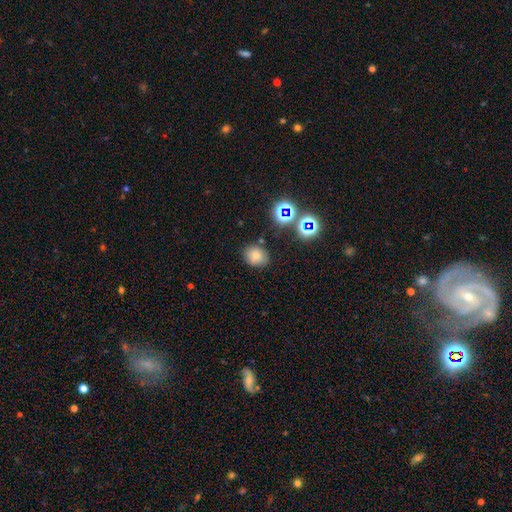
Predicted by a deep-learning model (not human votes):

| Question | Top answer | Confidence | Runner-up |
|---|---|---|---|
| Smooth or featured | smooth | 74% | star or artifact (18%) |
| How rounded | round | 58% | in between (41%) |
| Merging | none | 80% | minor disturbance (12%) |